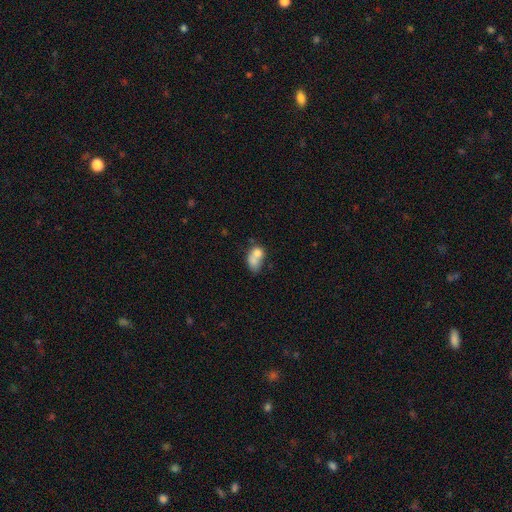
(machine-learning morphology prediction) smooth 69%, featured or disk 21%, star or artifact 10%. Down the decision tree: how rounded — in between (64%); merging — merger (59%).